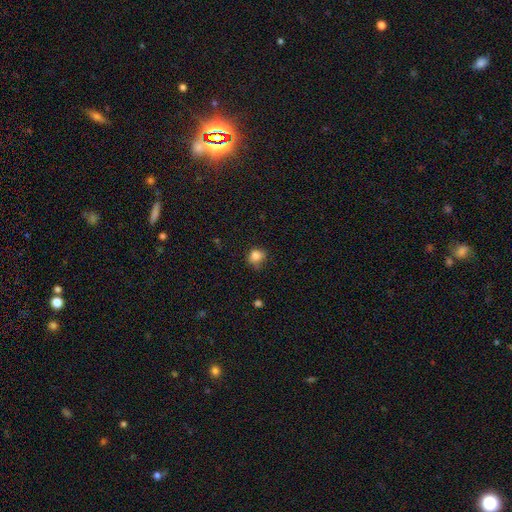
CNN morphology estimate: Overall: smooth (84%). How rounded: round (69%; in between 30%). Merging: none (65%; minor disturbance 27%).